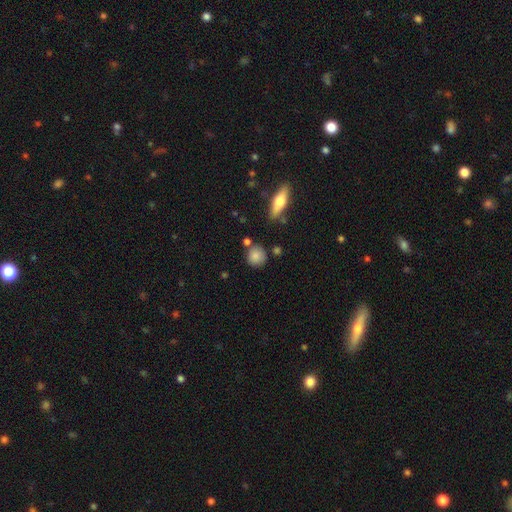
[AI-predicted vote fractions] smooth_or_featured: smooth (p=0.82) [alt: star or artifact p=0.09]
how_rounded: round (p=0.85) [alt: in between p=0.13]
merging: none (p=0.75) [alt: minor disturbance p=0.14]